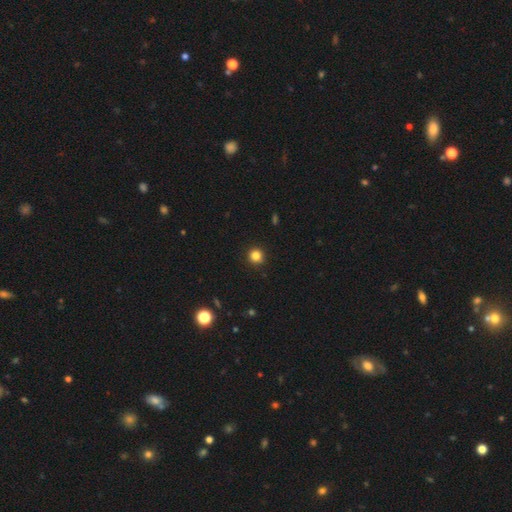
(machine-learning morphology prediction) Overall: smooth (83%). How rounded: round (94%). Merging: none (93%).